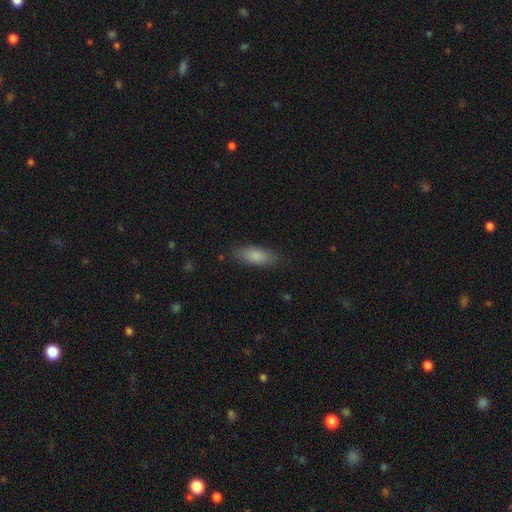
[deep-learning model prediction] Smooth or featured? smooth (84%)
How rounded? in between (74%)
Merging? none (84%)